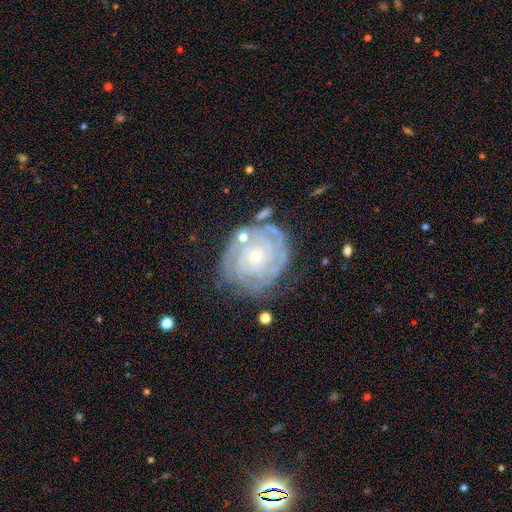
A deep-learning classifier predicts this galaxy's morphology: Smooth or featured? Predicted: featured or disk (p=0.88). Edge-on disk? Predicted: no (p=0.98). Bar? Predicted: no (p=0.79). Spiral arms? Predicted: yes (p=0.97). Spiral winding? Predicted: tight (p=0.84). Spiral arm count? Predicted: can't tell (p=0.26). Bulge size? Predicted: small (p=0.76). Merging? Predicted: none (p=0.73).